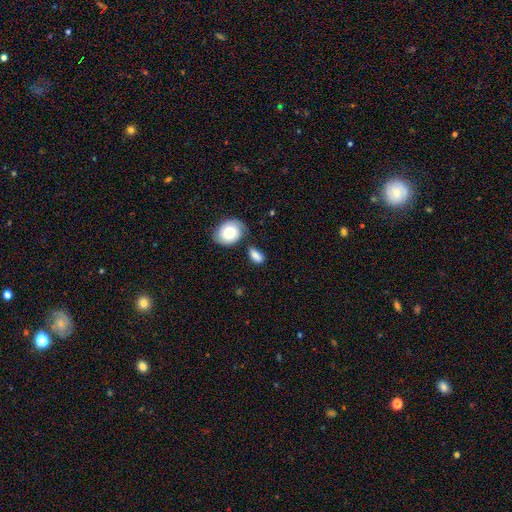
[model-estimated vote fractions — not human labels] Q: Smooth or featured?
A: smooth (80%); runner-up: featured or disk (13%)
Q: How rounded?
A: in between (84%); runner-up: round (11%)
Q: Merging?
A: none (63%); runner-up: minor disturbance (18%)